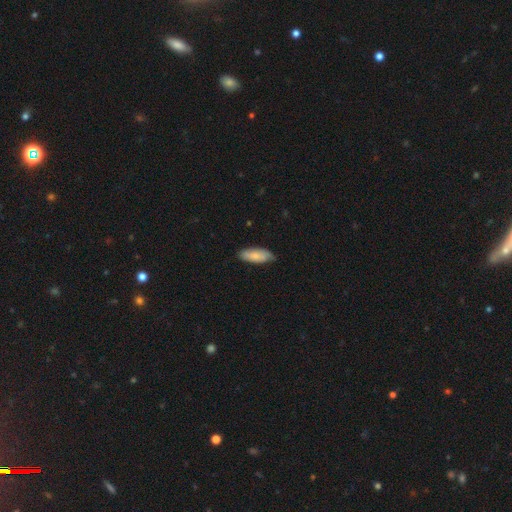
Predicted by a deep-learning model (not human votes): The model was most divided on "merging": none: 73%, minor disturbance: 23%, major disturbance: 3%, merger: 1%. More confident: smooth or featured — smooth (75%); how rounded — in between (75%).